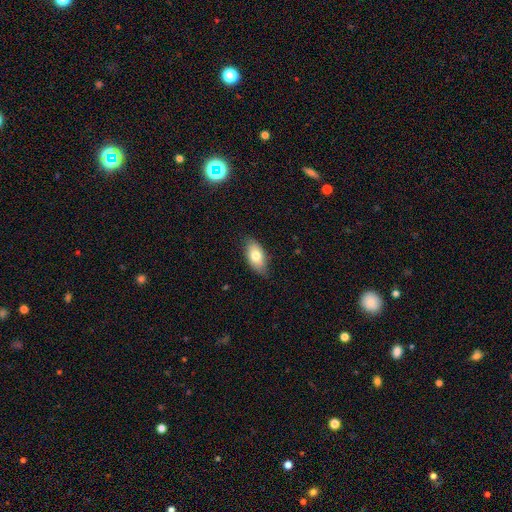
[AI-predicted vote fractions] smooth 75%, featured or disk 18%, star or artifact 7%. Down the decision tree: how rounded — in between (92%); merging — none (79%).